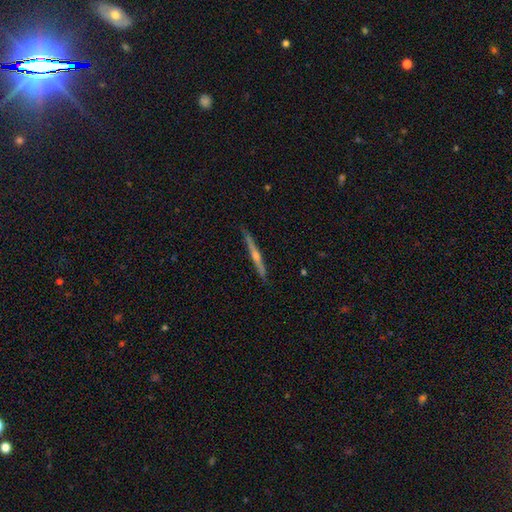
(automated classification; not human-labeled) Q: Smooth or featured?
A: featured or disk (74%); runner-up: smooth (19%)
Q: Edge-on disk?
A: yes (97%); runner-up: no (3%)
Q: Edge-on bulge?
A: rounded (78%); runner-up: none (16%)
Q: Merging?
A: none (90%); runner-up: minor disturbance (7%)